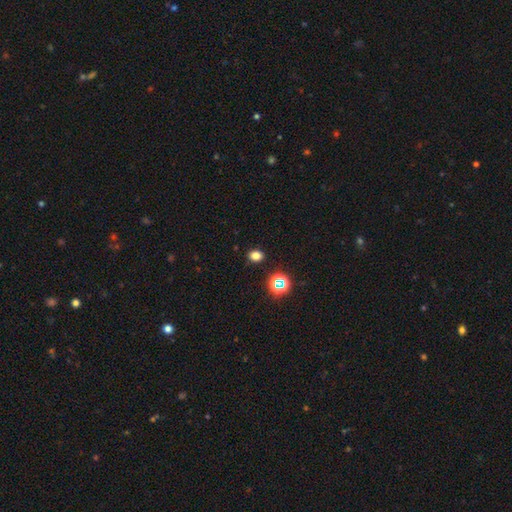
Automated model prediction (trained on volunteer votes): This is likely a smooth galaxy (76%). How rounded: possibly in between (53%). Merging: clearly none (89%).